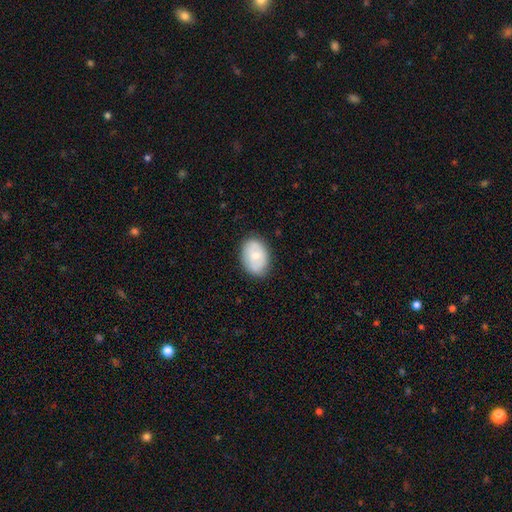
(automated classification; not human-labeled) A smooth galaxy with no disk features (62%) that is in between round and cigar-shaped (77%). Merging: none (80%).